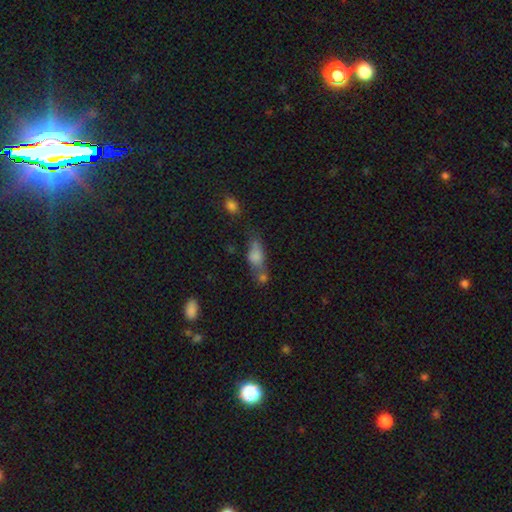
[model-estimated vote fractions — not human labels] This appears to be a smooth galaxy with no disk features (71%) that is in between round and cigar-shaped (69%). Merging: merger (34%).